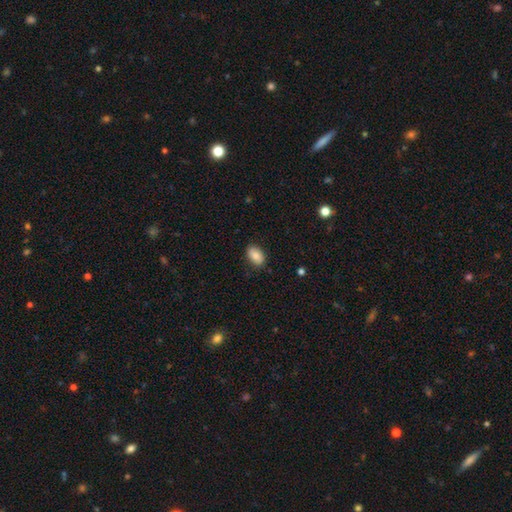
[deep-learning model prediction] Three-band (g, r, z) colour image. It shows a smooth galaxy with no disk features (82%) that is in between round and cigar-shaped (90%). Merging: none (83%).